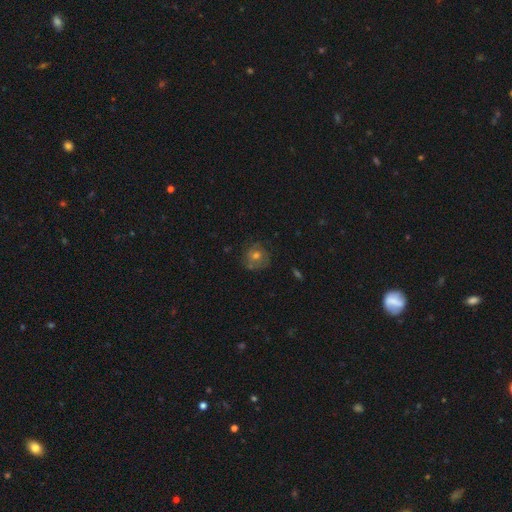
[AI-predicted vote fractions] Smooth or featured? Predicted: smooth (p=0.50). How rounded? Predicted: round (p=0.86). Merging? Predicted: none (p=0.73).